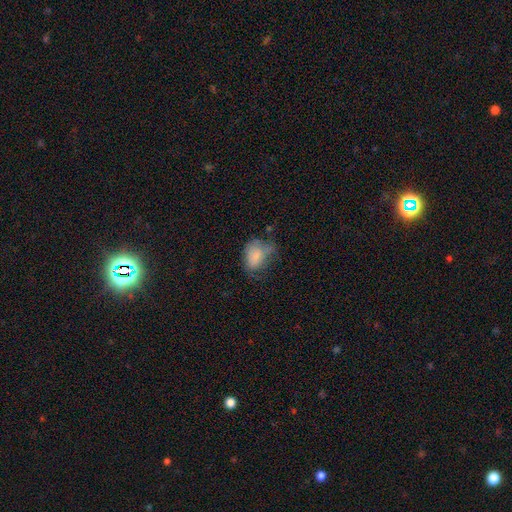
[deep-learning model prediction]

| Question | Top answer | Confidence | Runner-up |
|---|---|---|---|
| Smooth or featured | smooth | 73% | featured or disk (17%) |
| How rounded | in between | 79% | round (19%) |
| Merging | minor disturbance | 34% | none (31%) |